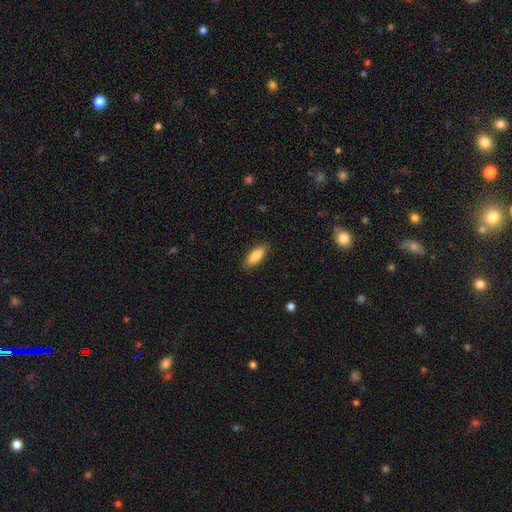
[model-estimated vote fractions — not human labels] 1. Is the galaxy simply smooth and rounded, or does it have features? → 84% smooth, 10% featured or disk, 6% star or artifact.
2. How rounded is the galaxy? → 71% in between, 27% cigar-shaped, 2% round.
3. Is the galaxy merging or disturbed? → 87% none, 9% minor disturbance, 2% major disturbance, 1% merger.